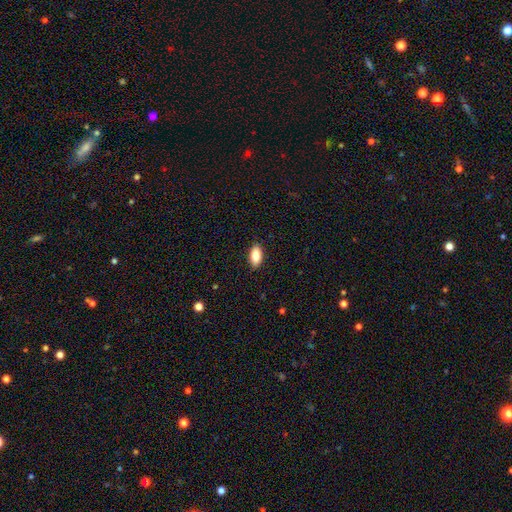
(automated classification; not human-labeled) A smooth galaxy with no disk features (84%) that is in between round and cigar-shaped (91%).

Vote fractions:
- Smooth or featured? smooth: 84% / featured or disk: 9% / star or artifact: 7%
- How rounded? in between: 91% / cigar-shaped: 5% / round: 3%
- Merging? none: 89% / minor disturbance: 8% / major disturbance: 2% / merger: 1%